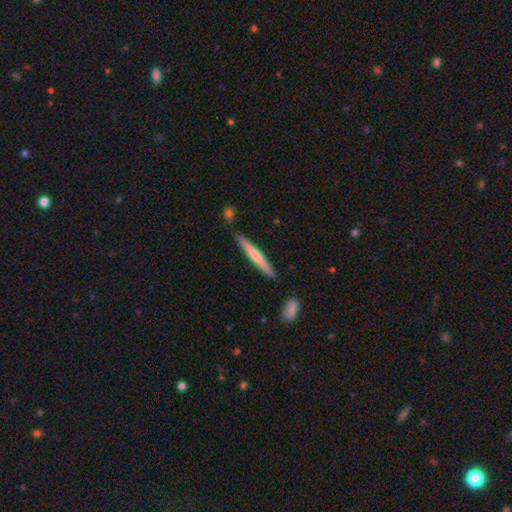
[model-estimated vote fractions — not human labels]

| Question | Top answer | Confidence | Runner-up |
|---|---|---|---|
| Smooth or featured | smooth | 54% | featured or disk (40%) |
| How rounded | cigar-shaped | 95% | in between (3%) |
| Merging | none | 85% | minor disturbance (10%) |